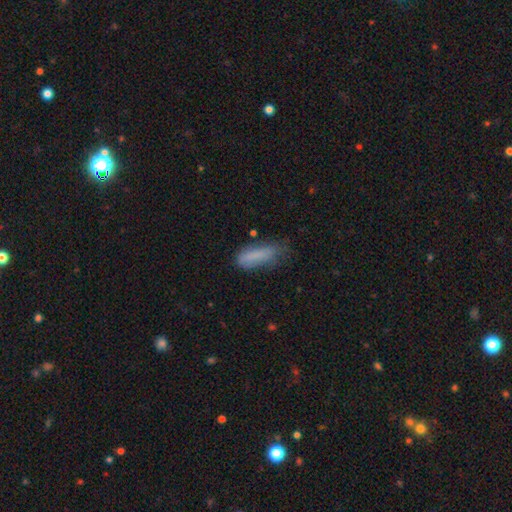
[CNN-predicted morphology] smooth_or_featured: smooth (p=0.79) [alt: featured or disk p=0.12]
how_rounded: cigar-shaped (p=0.51) [alt: in between p=0.47]
merging: none (p=0.46) [alt: minor disturbance p=0.35]